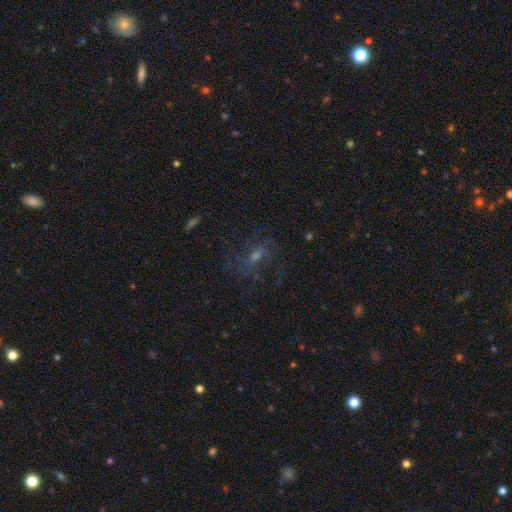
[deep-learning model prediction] A star or artifact, not a galaxy (41%).